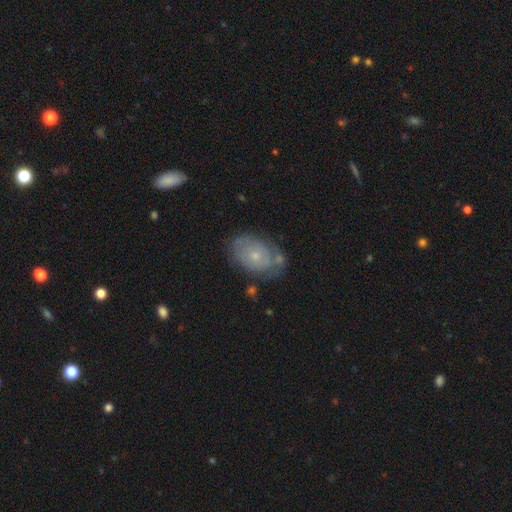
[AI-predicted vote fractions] Smooth or featured?
  - featured or disk: 52% *
  - smooth: 40%
  - star or artifact: 8%
Edge-on disk?
  - no: 95% *
  - yes: 5%
Merging?
  - none: 57% *
  - minor disturbance: 26%
  - major disturbance: 10%
  - merger: 7%